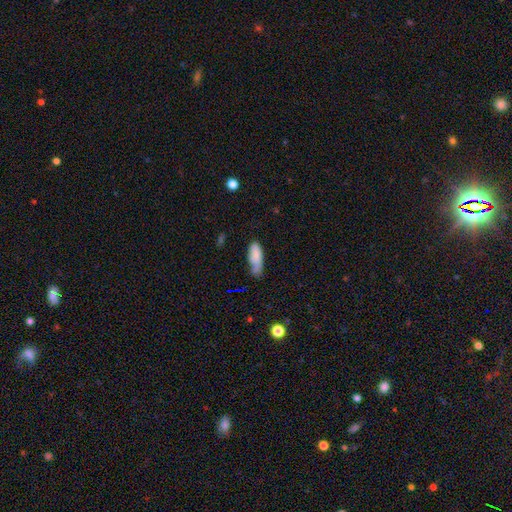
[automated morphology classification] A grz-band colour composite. It shows a smooth galaxy with no disk features (81%) that is in between round and cigar-shaped (63%). Merging: none (45%).